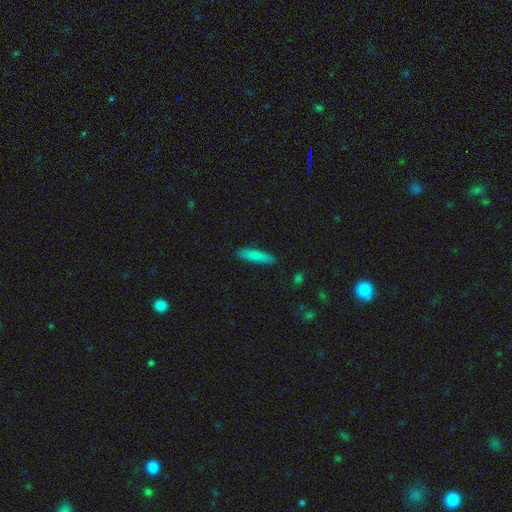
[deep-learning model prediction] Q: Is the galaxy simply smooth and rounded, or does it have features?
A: smooth — 82%.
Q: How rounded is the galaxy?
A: cigar-shaped — 81%.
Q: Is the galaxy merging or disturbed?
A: none — 88%.